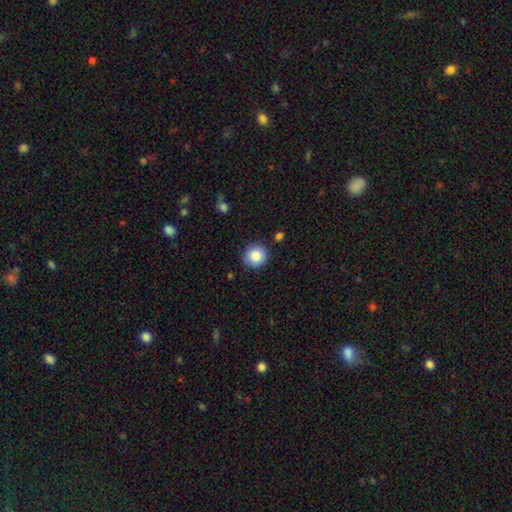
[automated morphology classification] smooth 84%, star or artifact 9%, featured or disk 7%. Down the decision tree: how rounded — round (92%); merging — none (88%).